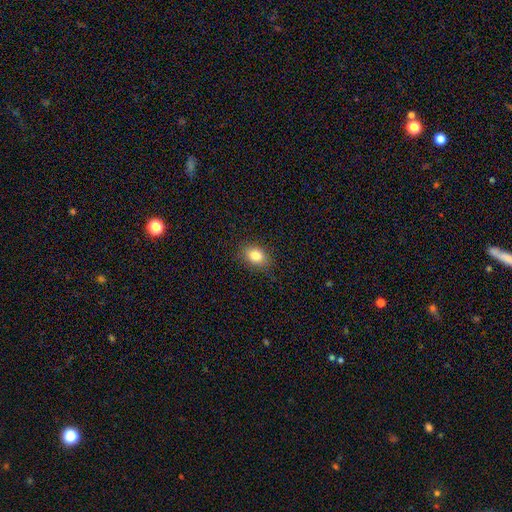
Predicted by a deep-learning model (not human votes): Morphology: type=smooth (82%); roundness=in between (72%); merging=none (85%).